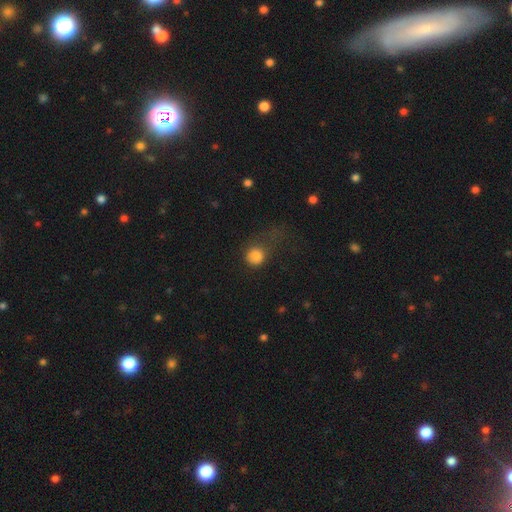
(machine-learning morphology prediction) The model was most divided on "merging": major disturbance: 38%, none: 37%, minor disturbance: 22%, merger: 4%. More confident: how rounded — round (83%); smooth or featured — smooth (82%).